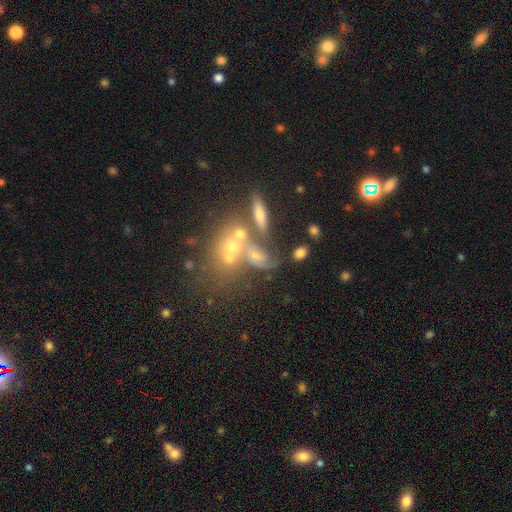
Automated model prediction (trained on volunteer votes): smooth-or-featured: smooth: 45% | featured or disk: 40% | star or artifact: 16%
  merging: merger: 40% | none: 32% | minor disturbance: 15% | major disturbance: 13%